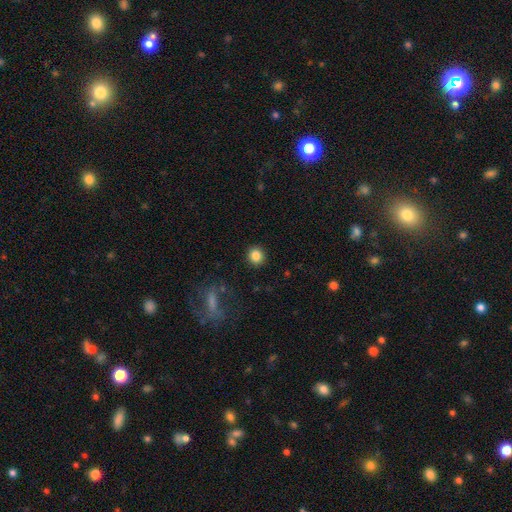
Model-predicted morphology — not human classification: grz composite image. It shows a smooth galaxy with no disk features (85%) that is round (89%). Merging: none (91%).